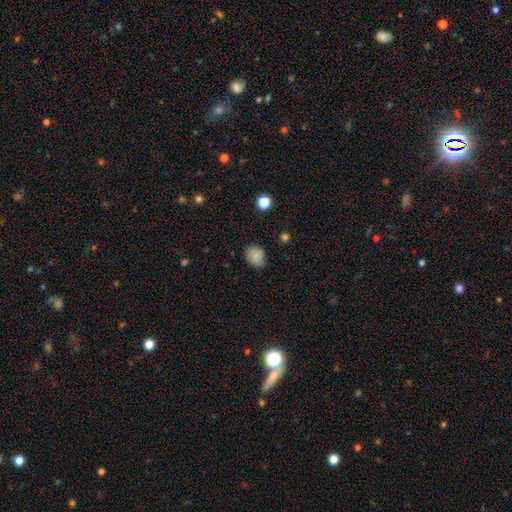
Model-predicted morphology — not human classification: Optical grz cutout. It shows a smooth galaxy with no disk features (83%) that is round (56%). Merging: none (71%).